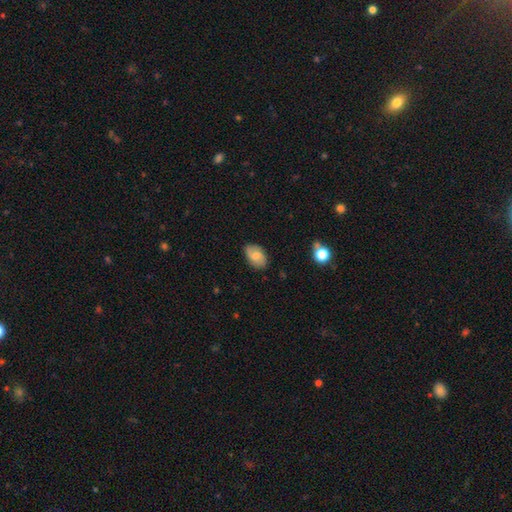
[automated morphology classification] This appears to be a smooth galaxy with no disk features (65%) that is in between round and cigar-shaped (89%). Merging: none (79%).